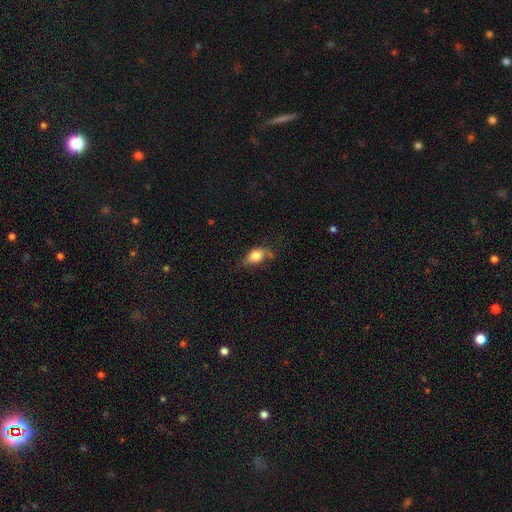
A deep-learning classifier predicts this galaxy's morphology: Smooth or featured?
  - smooth: 75% *
  - featured or disk: 17%
  - star or artifact: 8%
How rounded?
  - in between: 85% *
  - round: 11%
  - cigar-shaped: 4%
Merging?
  - none: 48% *
  - minor disturbance: 33%
  - major disturbance: 15%
  - merger: 4%